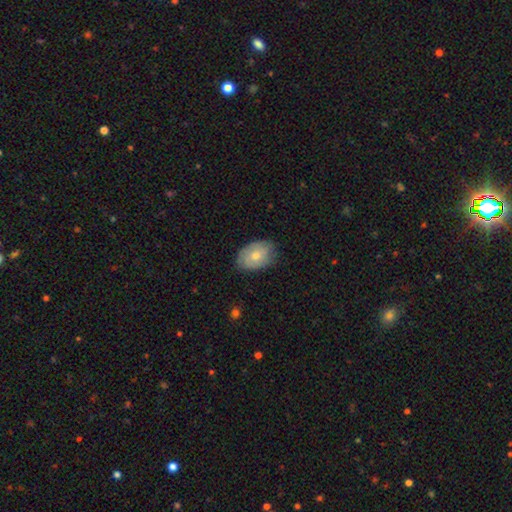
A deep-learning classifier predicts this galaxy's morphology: Smooth or featured? Predicted: smooth (p=0.64). How rounded? Predicted: in between (p=0.84). Merging? Predicted: none (p=0.75).